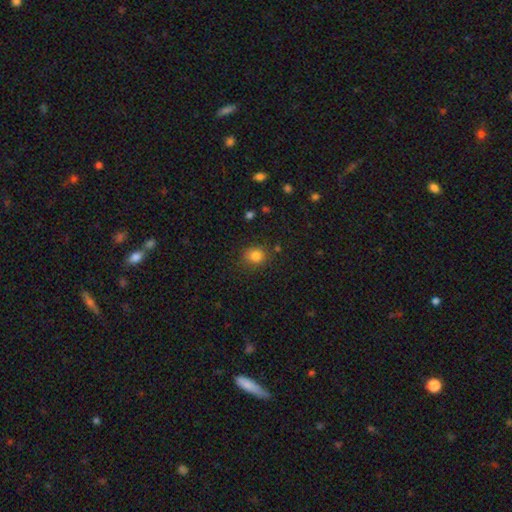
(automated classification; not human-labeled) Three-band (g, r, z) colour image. It shows a smooth galaxy with no disk features (82%) that is round (74%). Merging: none (82%).